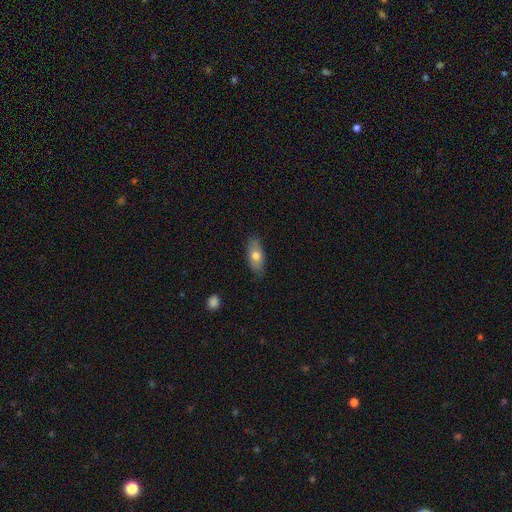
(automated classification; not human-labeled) Smooth or featured? smooth (71%)
How rounded? in between (85%)
Merging? none (82%)